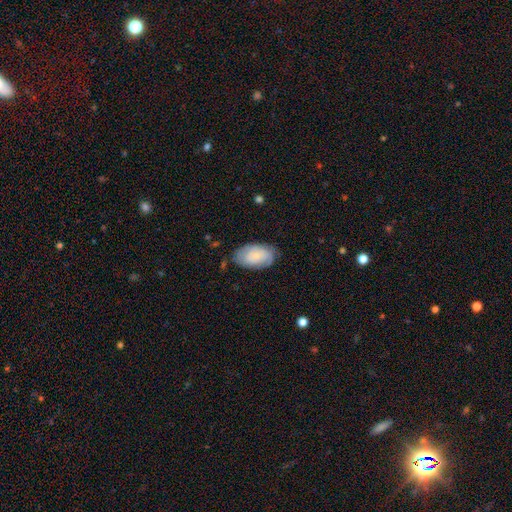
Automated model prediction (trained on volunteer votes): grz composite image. It shows a smooth galaxy with no disk features (56%) that is in between round and cigar-shaped (94%). Merging: none (72%).